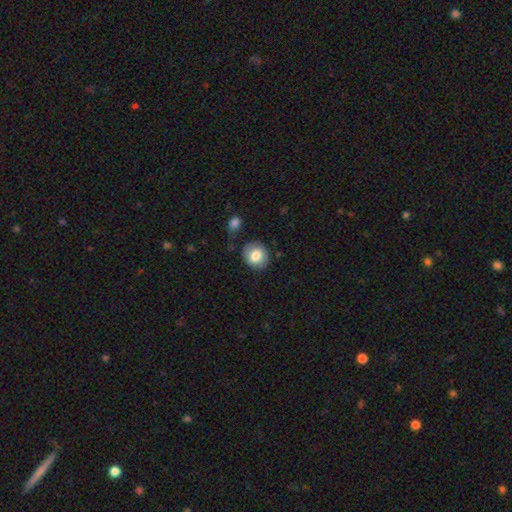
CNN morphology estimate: A smooth galaxy with no disk features (78%) that is round (73%). Merging: none (73%).